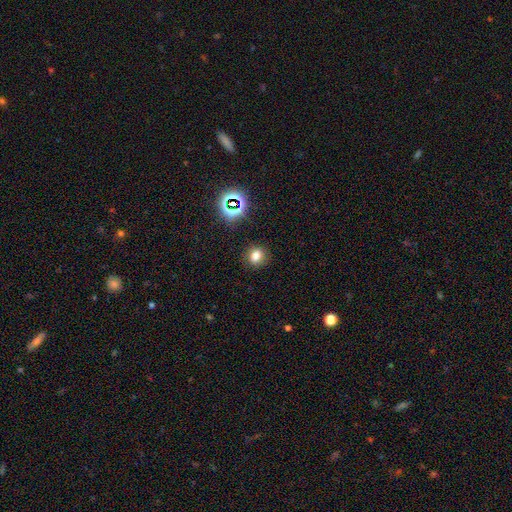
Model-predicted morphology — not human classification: A smooth galaxy with no disk features (73%) that is round (71%).

Vote fractions:
- Smooth or featured? smooth: 73% / star or artifact: 19% / featured or disk: 8%
- How rounded? round: 71% / in between: 28% / cigar-shaped: 1%
- Merging? none: 88% / minor disturbance: 8% / major disturbance: 3% / merger: 1%